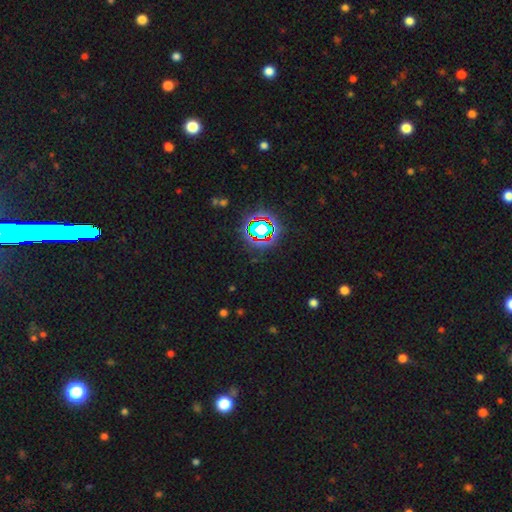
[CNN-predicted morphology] Smooth or featured?
  - star or artifact: 79% *
  - smooth: 13%
  - featured or disk: 8%